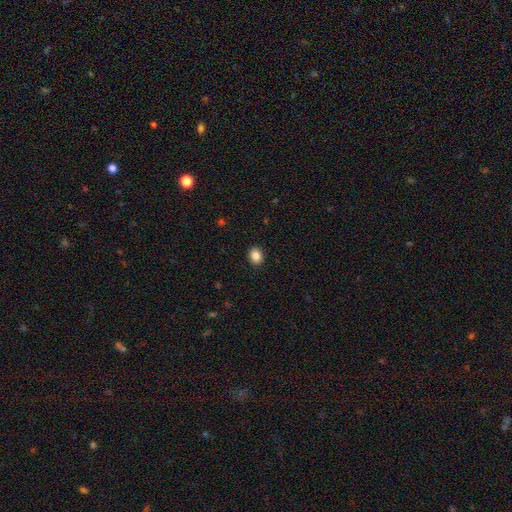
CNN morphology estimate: Smooth or featured? smooth (87%)
How rounded? round (50%)
Merging? none (91%)